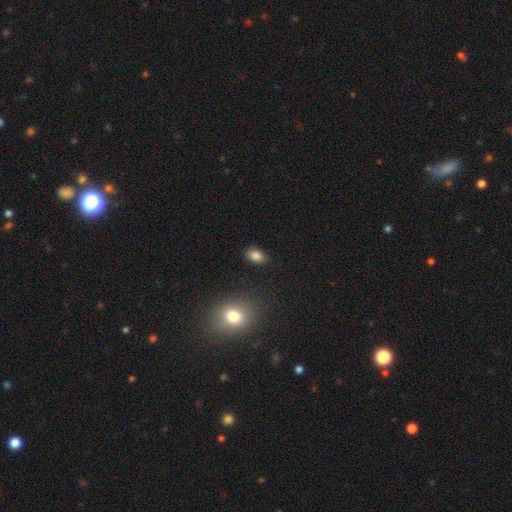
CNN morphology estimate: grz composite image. It shows a smooth galaxy with no disk features (85%) that is in between round and cigar-shaped (87%). Merging: none (86%).